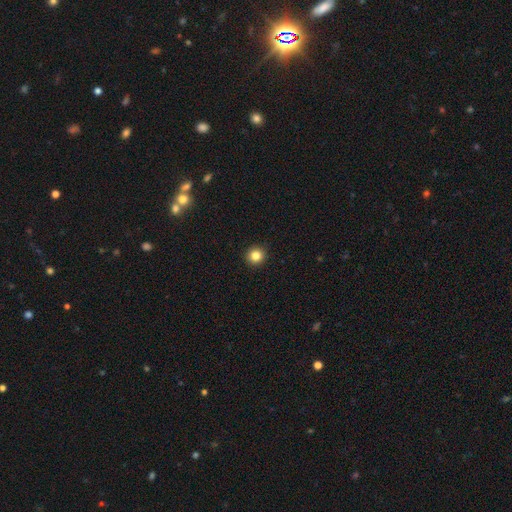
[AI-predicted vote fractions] Smooth or featured?
  - smooth: 84% *
  - star or artifact: 12%
  - featured or disk: 5%
How rounded?
  - round: 94% *
  - in between: 5%
  - cigar-shaped: 1%
Merging?
  - none: 93% *
  - minor disturbance: 4%
  - major disturbance: 1%
  - merger: 1%